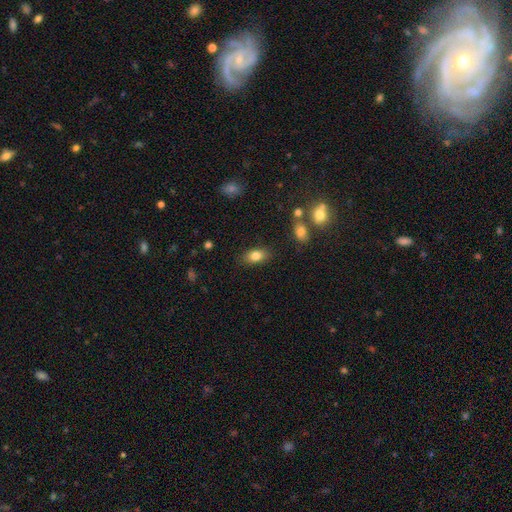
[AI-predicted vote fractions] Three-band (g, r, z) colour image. It shows a smooth galaxy with no disk features (82%) that is in between round and cigar-shaped (86%). Merging: none (84%).